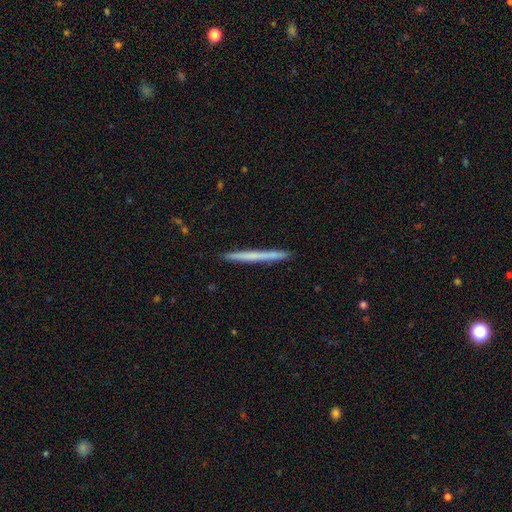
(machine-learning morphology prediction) This is possibly a smooth galaxy (56%). How rounded: clearly cigar-shaped (97%). Merging: clearly none (92%).